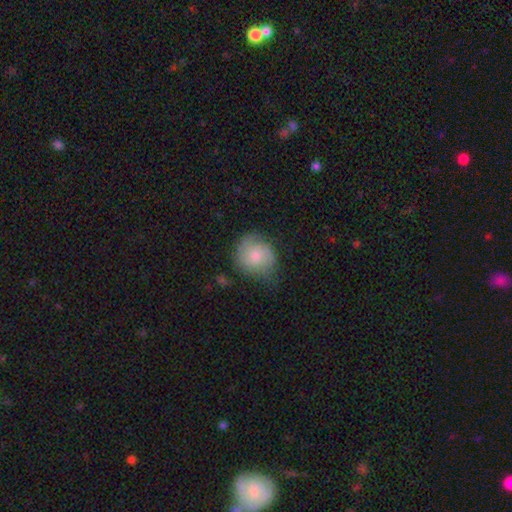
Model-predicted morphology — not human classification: Smooth or featured?
  - smooth: 61% *
  - featured or disk: 31%
  - star or artifact: 7%
How rounded?
  - round: 83% *
  - in between: 16%
  - cigar-shaped: 1%
Merging?
  - none: 61% *
  - minor disturbance: 28%
  - major disturbance: 10%
  - merger: 2%